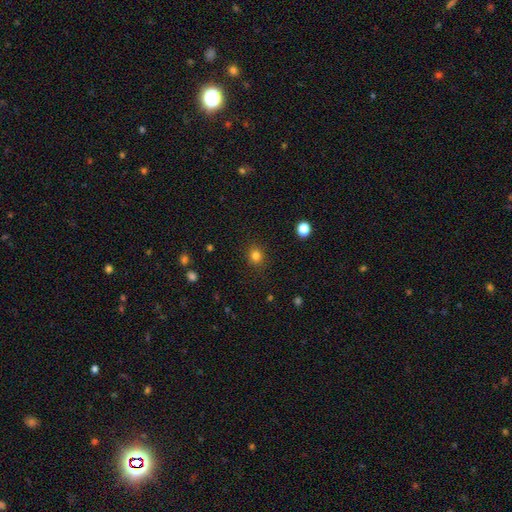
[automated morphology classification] smooth-or-featured: smooth: 82% | star or artifact: 13% | featured or disk: 5%
  how-rounded: round: 83% | in between: 16% | cigar-shaped: 1%
  merging: none: 89% | minor disturbance: 7% | major disturbance: 3% | merger: 1%